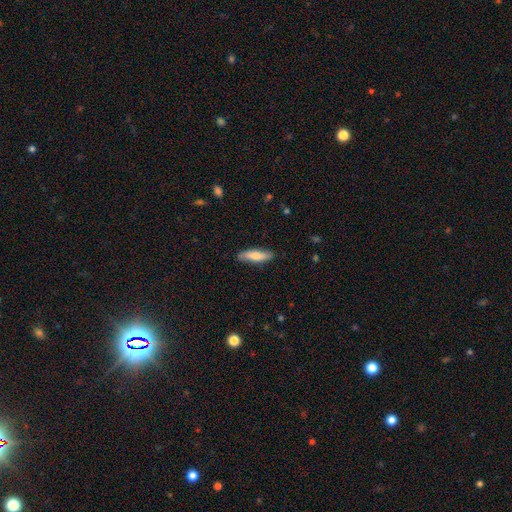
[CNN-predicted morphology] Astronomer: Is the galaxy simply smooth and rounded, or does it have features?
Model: smooth — 73%.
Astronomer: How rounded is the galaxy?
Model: cigar-shaped — 58% (runner-up: in between, 40%).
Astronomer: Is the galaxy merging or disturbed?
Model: none — 84%.